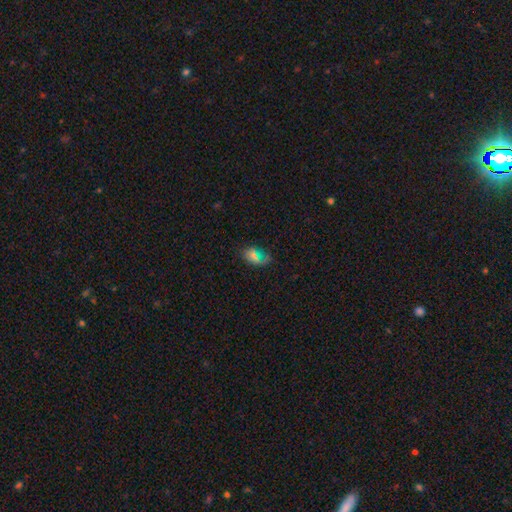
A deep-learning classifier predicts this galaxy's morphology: A smooth galaxy with no disk features (53%) that is in between round and cigar-shaped (84%). Merging: none (67%).